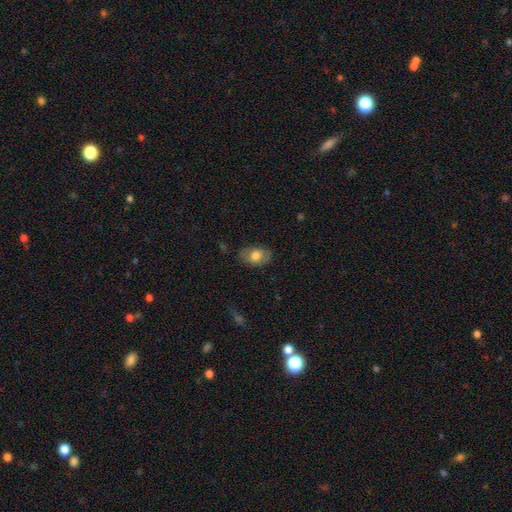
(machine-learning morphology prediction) This is likely a smooth galaxy (74%). How rounded: clearly in between (85%). Merging: likely none (79%).